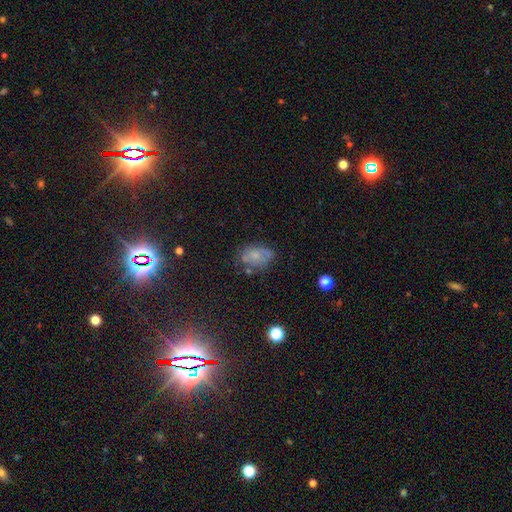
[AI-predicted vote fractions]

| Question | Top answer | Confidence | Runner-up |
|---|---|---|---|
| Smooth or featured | smooth | 53% | featured or disk (30%) |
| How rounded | in between | 79% | round (19%) |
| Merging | none | 62% | minor disturbance (24%) |